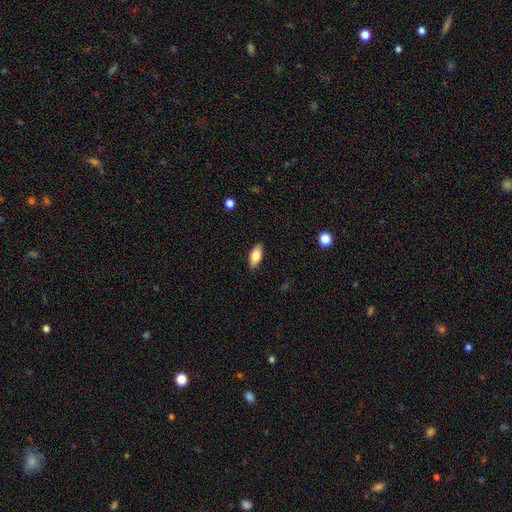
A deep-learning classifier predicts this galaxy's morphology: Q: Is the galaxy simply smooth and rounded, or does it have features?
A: smooth — 79%.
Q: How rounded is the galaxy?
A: in between — 86%.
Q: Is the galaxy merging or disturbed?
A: none — 88%.